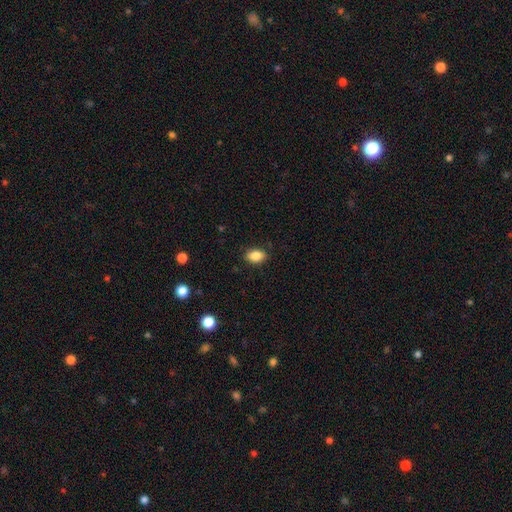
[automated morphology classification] Overall: smooth (86%). How rounded: in between (84%). Merging: none (86%).